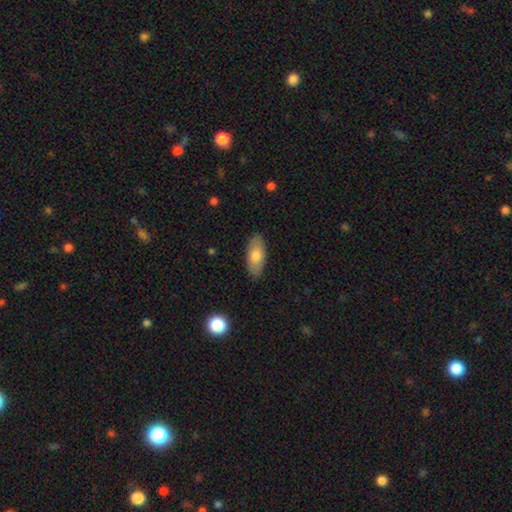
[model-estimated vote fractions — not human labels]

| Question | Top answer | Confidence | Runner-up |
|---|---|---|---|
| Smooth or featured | smooth | 75% | featured or disk (19%) |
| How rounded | in between | 86% | cigar-shaped (11%) |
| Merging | none | 87% | minor disturbance (10%) |